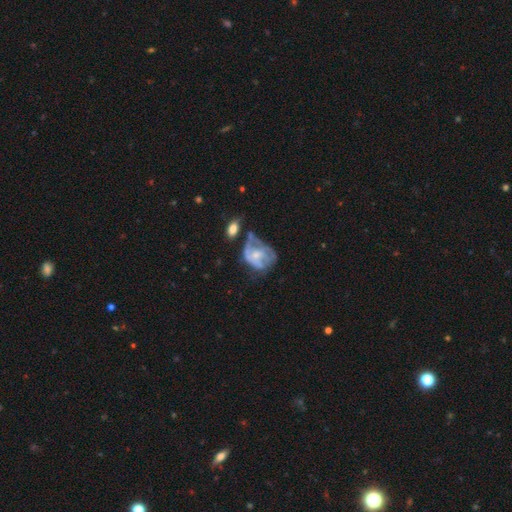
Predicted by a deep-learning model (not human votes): Overall: featured or disk (65%; smooth 27%). Edge-on disk: no (97%). Bar: no (78%). Spiral arms: yes (51%; no 49%). Bulge size: small (51%; moderate 34%). Merging: major disturbance (32%; none 29%).